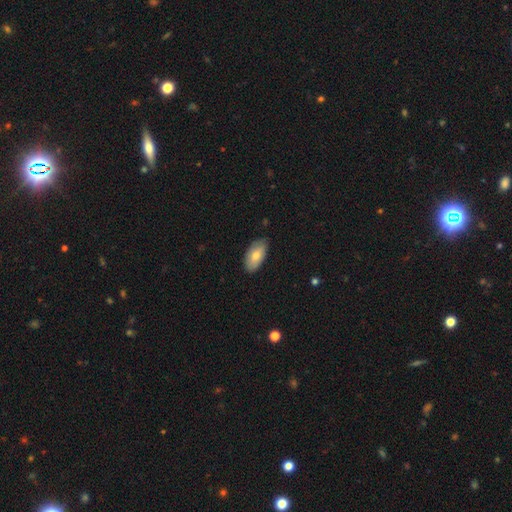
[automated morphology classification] A smooth galaxy with no disk features (73%) that is in between round and cigar-shaped (93%).

Vote fractions:
- Smooth or featured? smooth: 73% / featured or disk: 21% / star or artifact: 6%
- How rounded? in between: 93% / cigar-shaped: 4% / round: 3%
- Merging? none: 80% / minor disturbance: 16% / major disturbance: 2% / merger: 1%